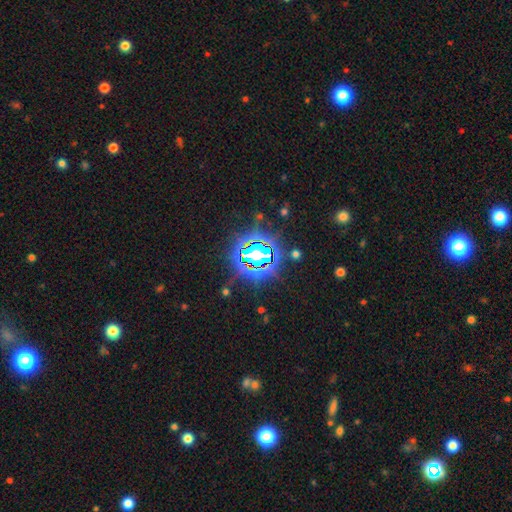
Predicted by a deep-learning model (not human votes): smooth-or-featured: star or artifact: 76% | smooth: 14% | featured or disk: 10%